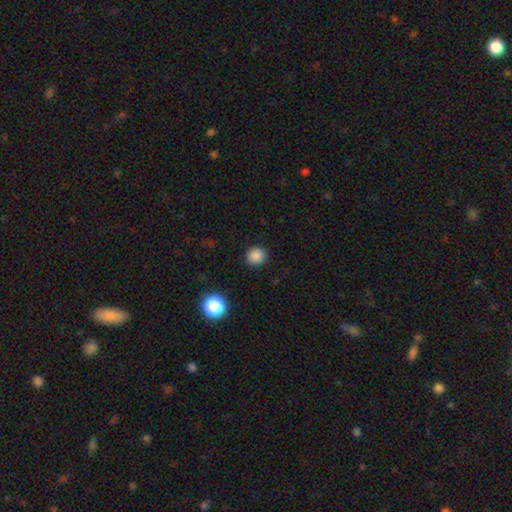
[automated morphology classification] smooth 85%, star or artifact 12%, featured or disk 3%. Down the decision tree: how rounded — round (91%); merging — none (91%).